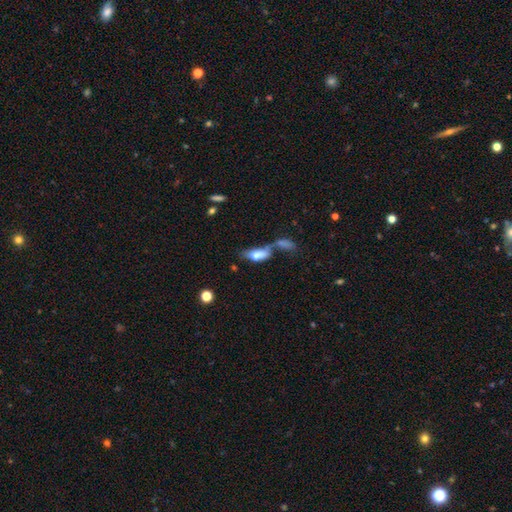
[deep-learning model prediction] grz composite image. It shows a smooth galaxy with no disk features (70%) that is in between round and cigar-shaped (80%). Merging: merger (53%).